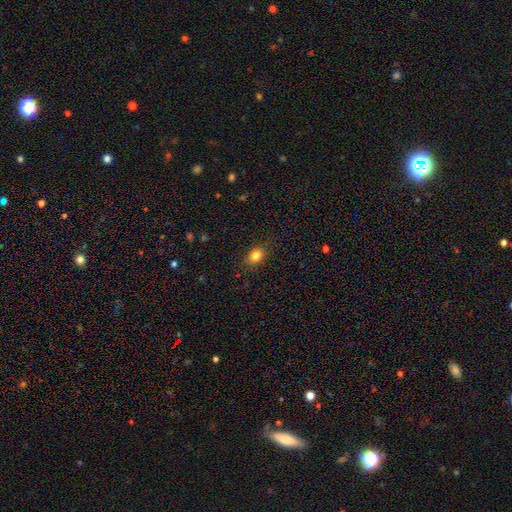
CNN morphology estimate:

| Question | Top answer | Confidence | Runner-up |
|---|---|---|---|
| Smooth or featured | smooth | 83% | star or artifact (10%) |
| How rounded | in between | 73% | round (25%) |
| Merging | none | 85% | minor disturbance (11%) |